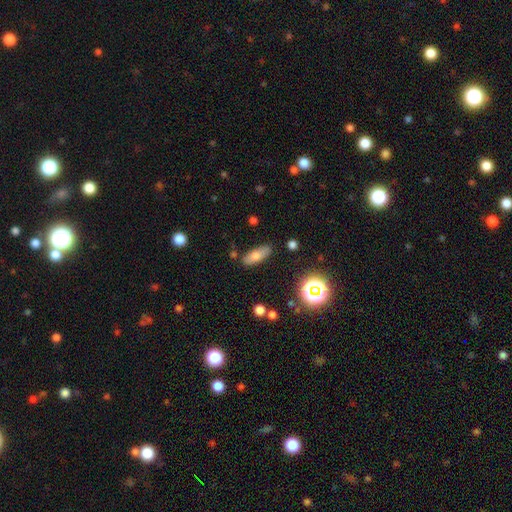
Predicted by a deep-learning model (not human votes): This is likely a smooth galaxy (70%). How rounded: likely in between (65%). Merging: clearly none (81%).